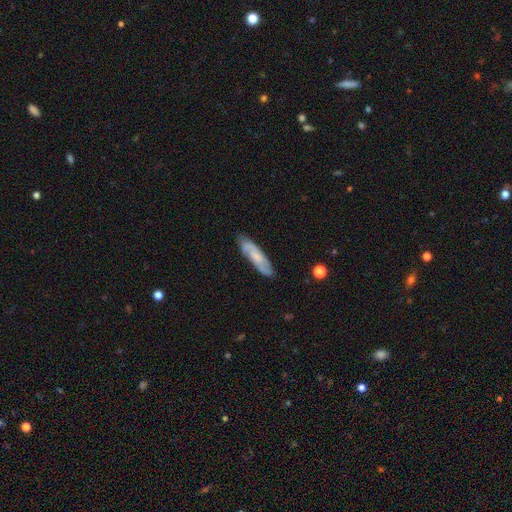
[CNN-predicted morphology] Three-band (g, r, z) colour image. It shows a featured or disk galaxy (50%). Merging: none (81%).